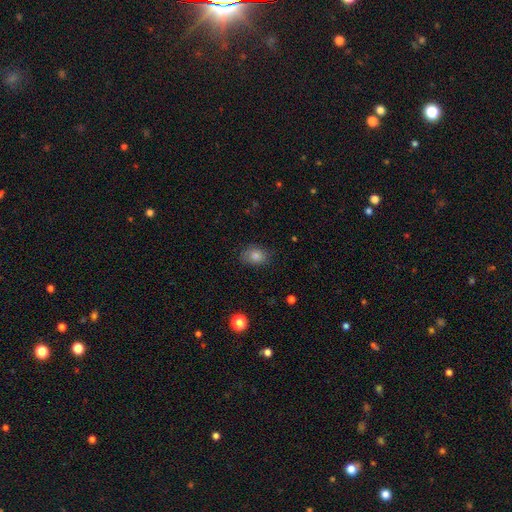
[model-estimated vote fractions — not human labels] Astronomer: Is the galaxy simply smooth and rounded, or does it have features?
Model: smooth — 77%.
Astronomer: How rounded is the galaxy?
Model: in between — 64%.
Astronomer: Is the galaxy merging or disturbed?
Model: none — 81%.